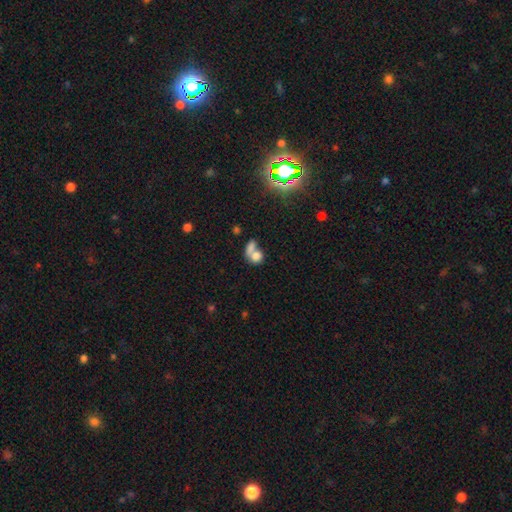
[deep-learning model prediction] A smooth galaxy with no disk features (73%) that is round (54%).

Vote fractions:
- Smooth or featured? smooth: 73% / featured or disk: 15% / star or artifact: 11%
- How rounded? round: 54% / in between: 44% / cigar-shaped: 2%
- Merging? merger: 60% / none: 25% / minor disturbance: 7% / major disturbance: 7%